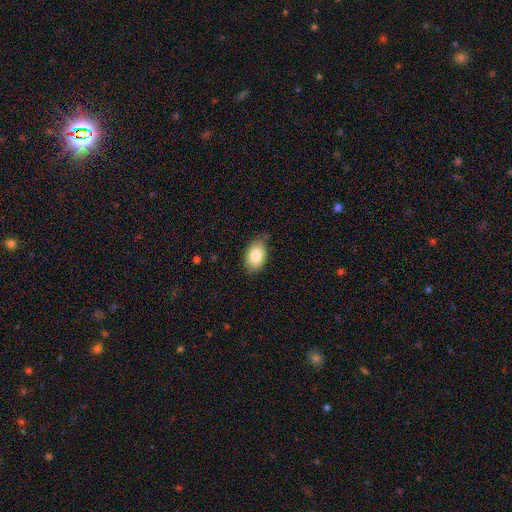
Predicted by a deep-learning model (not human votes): Overall: smooth (83%). How rounded: in between (90%). Merging: none (79%).